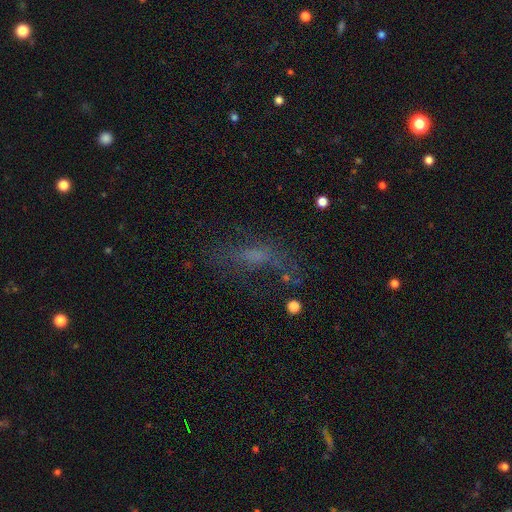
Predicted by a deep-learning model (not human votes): Q: Smooth or featured?
A: smooth (42%); runner-up: featured or disk (35%)
Q: Merging?
A: none (49%); runner-up: major disturbance (26%)